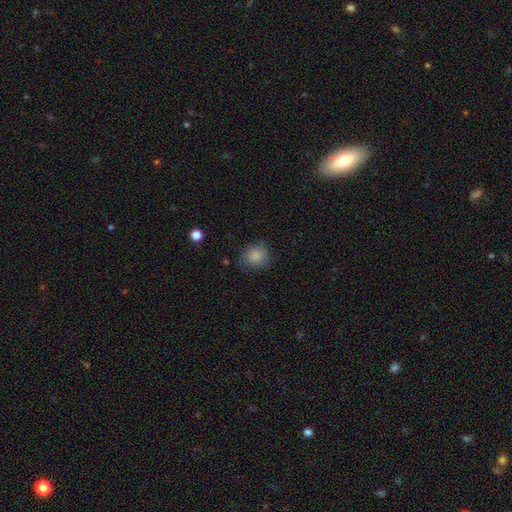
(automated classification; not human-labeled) The model was most divided on "merging": none: 77%, minor disturbance: 17%, major disturbance: 4%, merger: 1%. More confident: smooth or featured — smooth (86%); how rounded — round (81%).